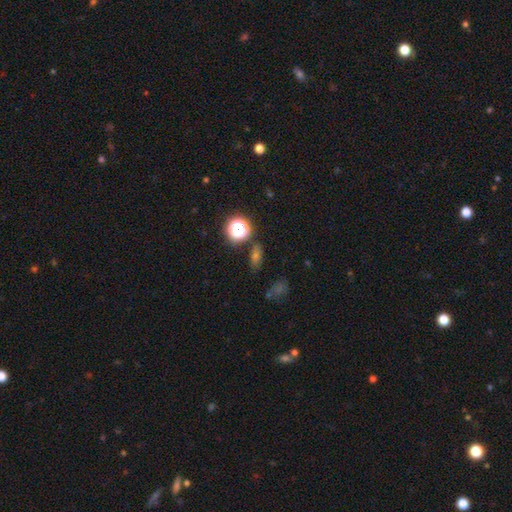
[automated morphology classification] A smooth galaxy with no disk features (47%). Merging: none (79%).